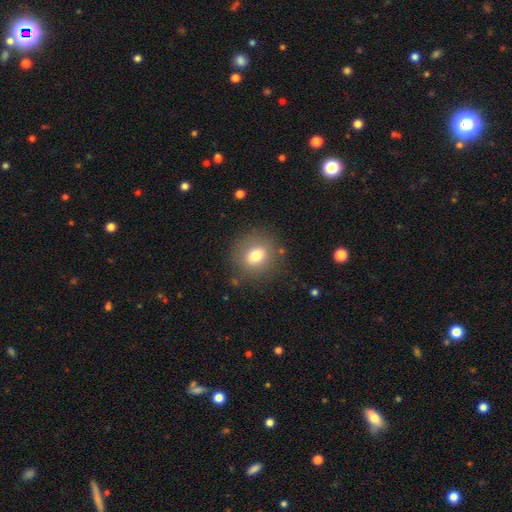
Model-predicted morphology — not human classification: smooth 75%, featured or disk 14%, star or artifact 11%. Down the decision tree: how rounded — round (83%); merging — none (84%).